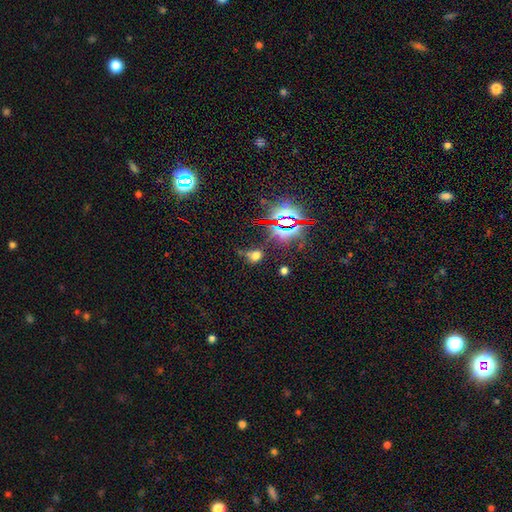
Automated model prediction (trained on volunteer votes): The model was most divided on "how rounded": round: 50%, in between: 47%, cigar-shaped: 2%. More confident: merging — none (61%); smooth or featured — smooth (50%).